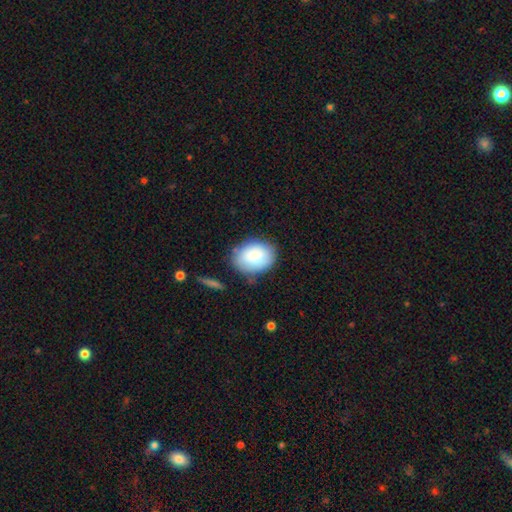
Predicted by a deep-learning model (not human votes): The model was most divided on "how rounded": in between: 68%, round: 31%, cigar-shaped: 1%. More confident: smooth or featured — smooth (85%); merging — none (70%).